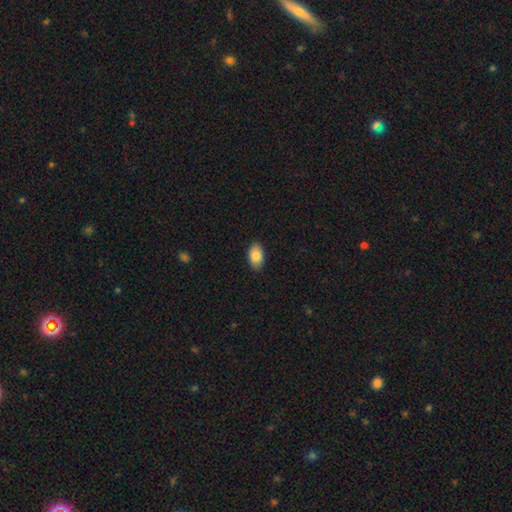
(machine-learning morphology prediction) Smooth or featured? Predicted: smooth (p=0.86). How rounded? Predicted: in between (p=0.93). Merging? Predicted: none (p=0.88).